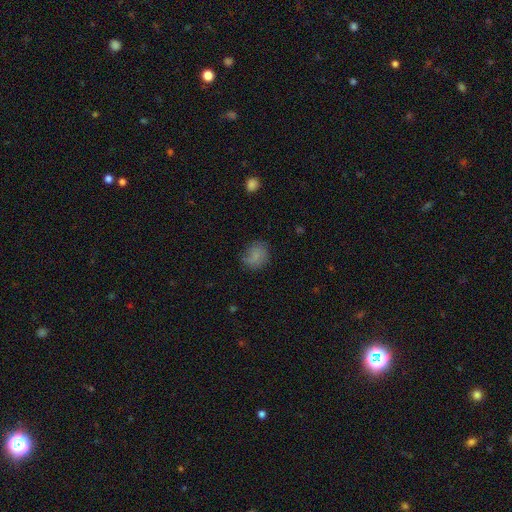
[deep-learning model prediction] Overall: smooth (78%). How rounded: round (67%; in between 32%). Merging: none (69%).